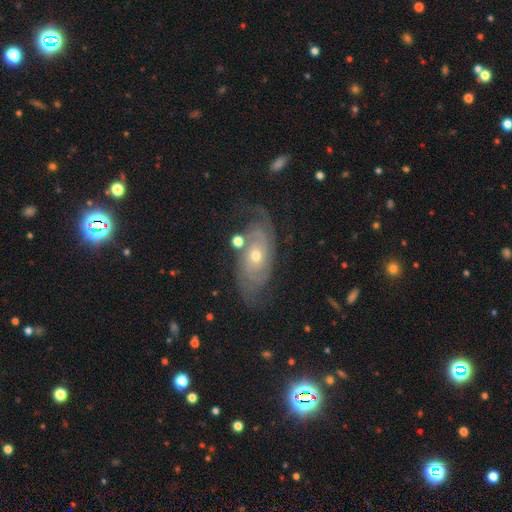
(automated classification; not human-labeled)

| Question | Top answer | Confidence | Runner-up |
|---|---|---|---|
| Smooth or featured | featured or disk | 82% | smooth (10%) |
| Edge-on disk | no | 93% | yes (7%) |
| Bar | no | 76% | weak (19%) |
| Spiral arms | yes | 93% | no (7%) |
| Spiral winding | tight | 62% | medium (28%) |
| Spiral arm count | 2 | 47% | can't tell (29%) |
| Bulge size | moderate | 49% | small (48%) |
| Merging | none | 72% | minor disturbance (16%) |